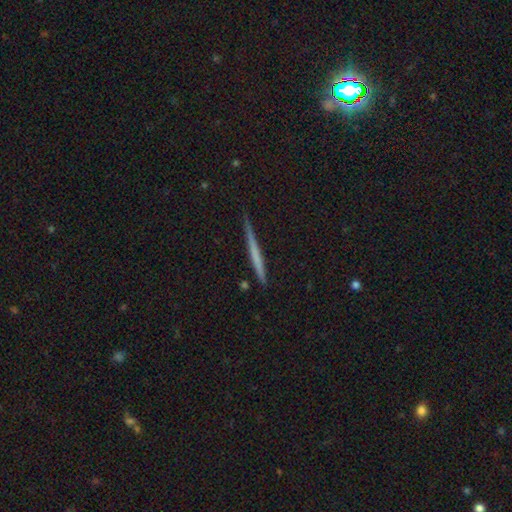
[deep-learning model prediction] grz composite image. It shows a smooth galaxy with no disk features (51%) that is cigar-shaped (96%). Merging: none (87%).